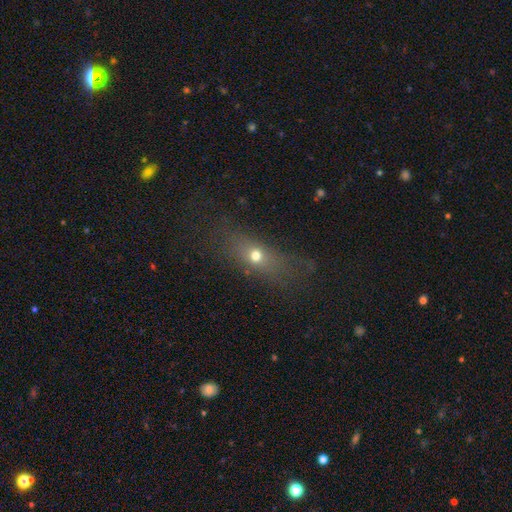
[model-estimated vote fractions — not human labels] Morphology: type=smooth (62%); roundness=in between (53%); merging=none (67%).